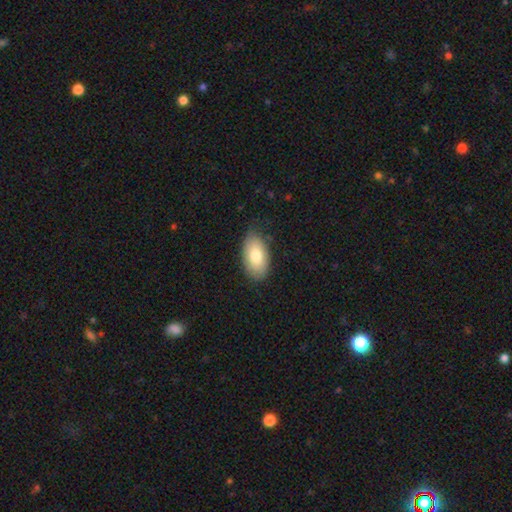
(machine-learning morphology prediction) This appears to be a smooth galaxy with no disk features (79%) that is in between round and cigar-shaped (94%). Merging: none (79%).